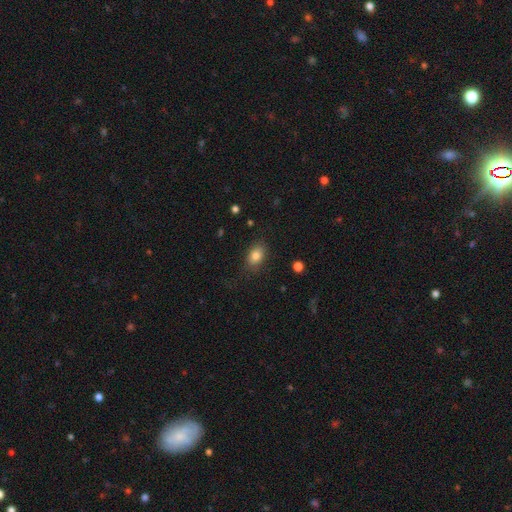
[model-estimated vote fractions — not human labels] This is clearly a smooth galaxy (83%). How rounded: likely in between (79%). Merging: clearly none (80%).